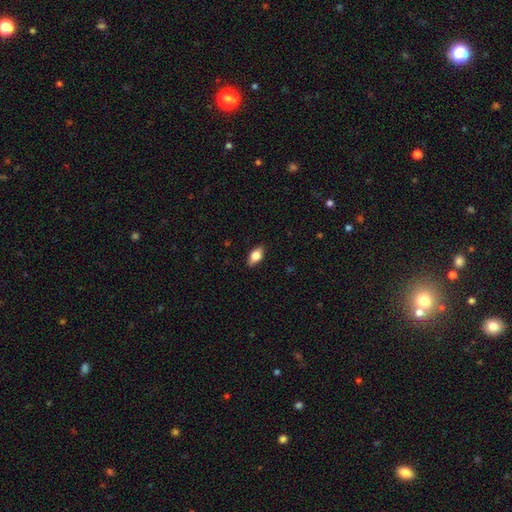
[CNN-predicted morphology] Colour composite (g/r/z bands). It shows a smooth galaxy with no disk features (72%) that is in between round and cigar-shaped (87%). Merging: none (87%).